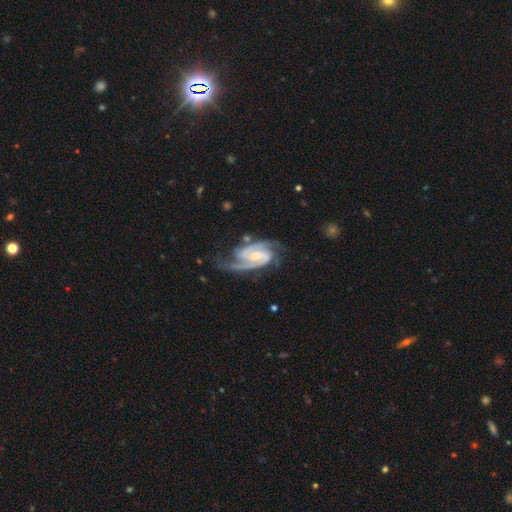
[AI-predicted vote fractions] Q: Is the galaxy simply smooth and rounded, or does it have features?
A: featured or disk — 92%.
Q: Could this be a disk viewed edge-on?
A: no — 98%.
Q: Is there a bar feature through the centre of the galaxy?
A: weak — 46%.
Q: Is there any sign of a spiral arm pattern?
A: yes — 98%.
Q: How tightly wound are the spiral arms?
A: medium — 52%.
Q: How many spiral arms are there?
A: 2 — 81%.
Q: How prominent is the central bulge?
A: small — 57%.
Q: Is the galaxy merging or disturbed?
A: none — 66%.